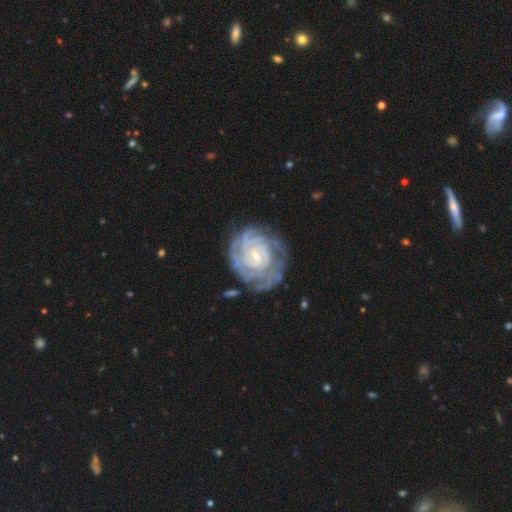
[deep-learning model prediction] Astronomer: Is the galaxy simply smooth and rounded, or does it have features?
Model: featured or disk — 90%.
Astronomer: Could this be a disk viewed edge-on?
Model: no — 98%.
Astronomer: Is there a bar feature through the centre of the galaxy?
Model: no — 58%.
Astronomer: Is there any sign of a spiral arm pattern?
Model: yes — 98%.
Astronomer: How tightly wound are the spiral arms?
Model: tight — 84%.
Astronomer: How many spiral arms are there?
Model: can't tell — 22% (runner-up: 2, 21%).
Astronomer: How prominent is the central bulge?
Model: small — 74%.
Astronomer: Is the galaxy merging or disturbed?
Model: none — 73%.